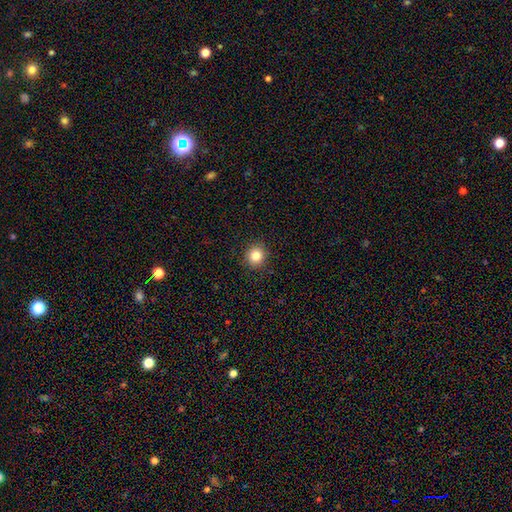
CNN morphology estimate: Smooth or featured? Predicted: smooth (p=0.83). How rounded? Predicted: round (p=0.88). Merging? Predicted: none (p=0.91).